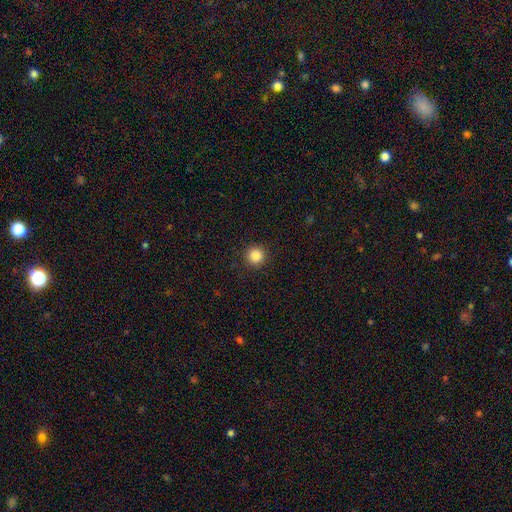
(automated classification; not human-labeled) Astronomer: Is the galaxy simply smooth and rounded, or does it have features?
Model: smooth — 85%.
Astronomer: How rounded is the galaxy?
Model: round — 95%.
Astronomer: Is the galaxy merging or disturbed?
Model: none — 93%.